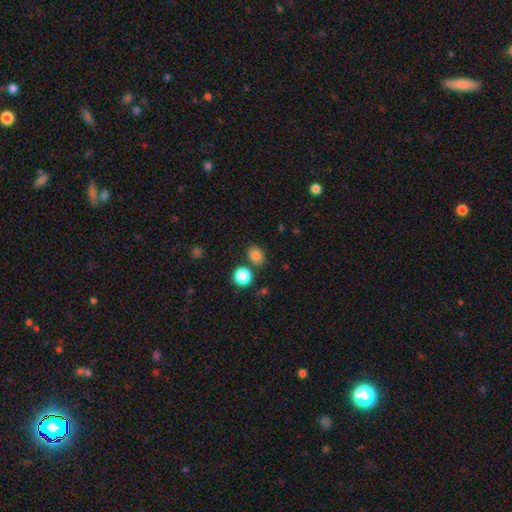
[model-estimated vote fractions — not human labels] smooth-or-featured: smooth: 81% | star or artifact: 14% | featured or disk: 5%
  how-rounded: round: 55% | in between: 44% | cigar-shaped: 1%
  merging: none: 79% | minor disturbance: 10% | merger: 9% | major disturbance: 3%